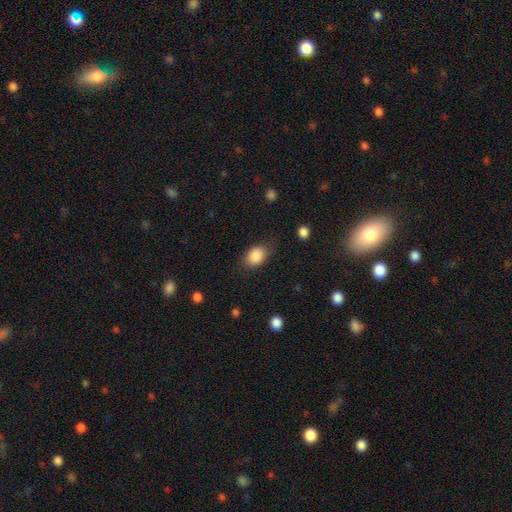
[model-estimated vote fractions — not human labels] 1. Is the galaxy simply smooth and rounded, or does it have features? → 86% smooth, 8% star or artifact, 6% featured or disk.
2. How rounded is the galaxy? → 73% in between, 25% round, 1% cigar-shaped.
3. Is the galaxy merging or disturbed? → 76% none, 17% minor disturbance, 6% major disturbance, 1% merger.